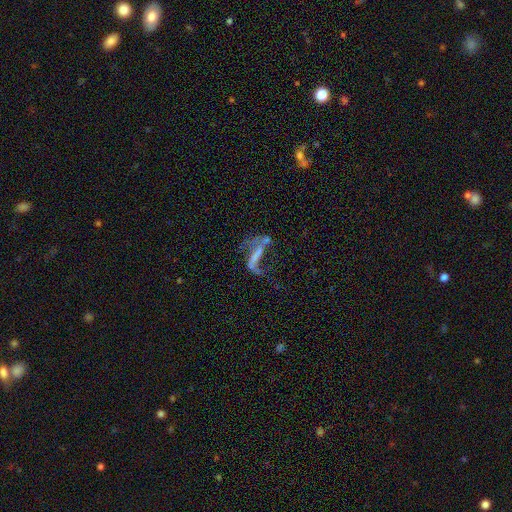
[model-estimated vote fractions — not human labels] Smooth or featured?
  - featured or disk: 61% *
  - smooth: 24%
  - star or artifact: 15%
Edge-on disk?
  - no: 86% *
  - yes: 14%
Bar?
  - no: 40% *
  - strong: 38%
  - weak: 22%
Spiral arms?
  - no: 54% *
  - yes: 46%
Bulge size?
  - none: 65% *
  - small: 19%
  - moderate: 10%
  - large: 3%
  - dominant: 2%
Merging?
  - major disturbance: 44% *
  - none: 24%
  - merger: 19%
  - minor disturbance: 13%